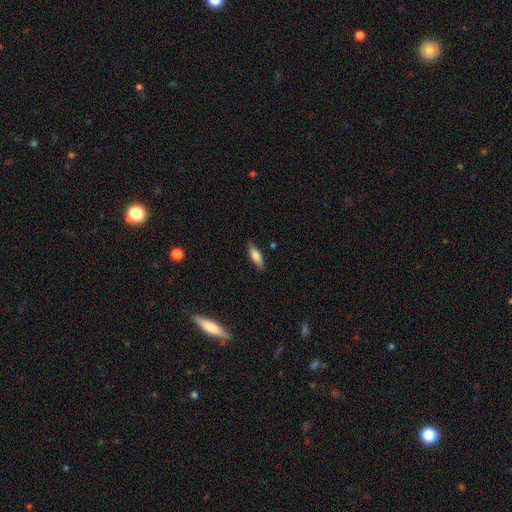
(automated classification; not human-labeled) Smooth or featured? smooth (77%)
How rounded? in between (55%)
Merging? none (82%)